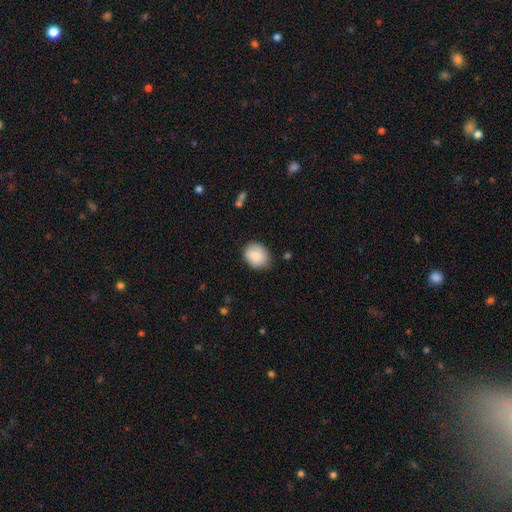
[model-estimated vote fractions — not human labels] Smooth or featured: smooth — 84% (featured or disk — 9%)
How rounded: in between — 53% (round — 46%)
Merging: none — 78% (minor disturbance — 17%)